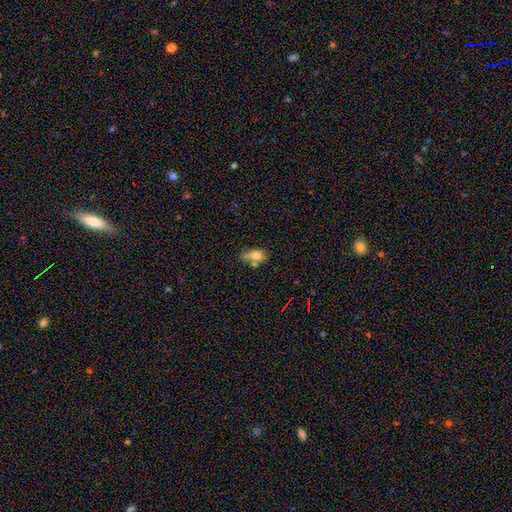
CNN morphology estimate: Smooth or featured? smooth (71%)
How rounded? in between (80%)
Merging? none (37%)